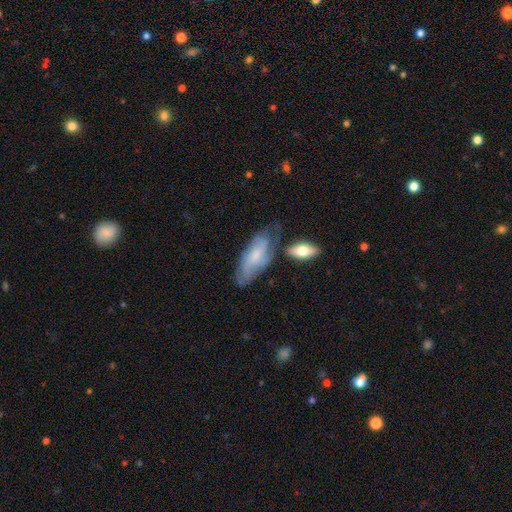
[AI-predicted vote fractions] Morphology: type=featured or disk (55%); edge-on=no (86%); merging=none (51%).